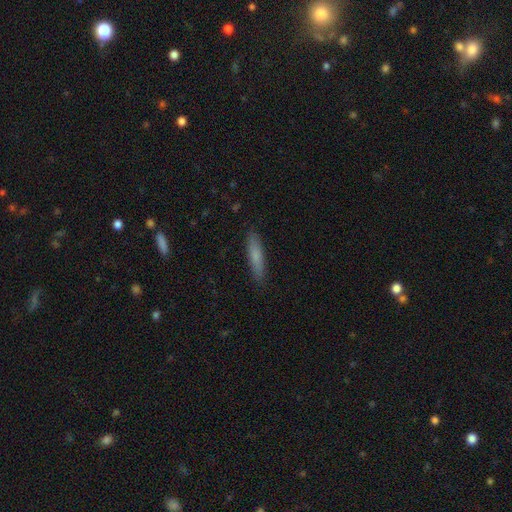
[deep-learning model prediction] Morphology: type=smooth (75%); roundness=cigar-shaped (85%); merging=none (88%).